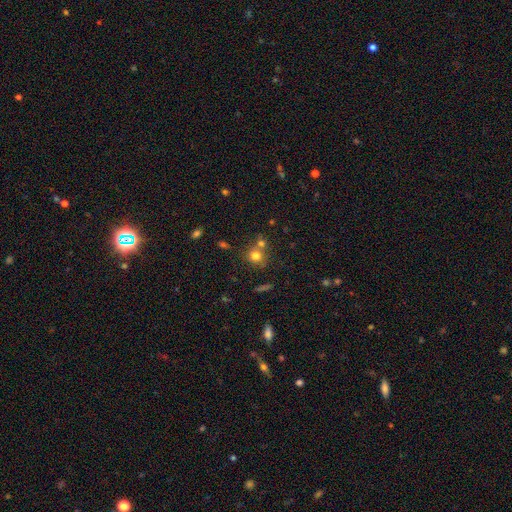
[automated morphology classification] Smooth or featured?
  - smooth: 74% *
  - star or artifact: 15%
  - featured or disk: 10%
How rounded?
  - round: 84% *
  - in between: 15%
  - cigar-shaped: 1%
Merging?
  - none: 57% *
  - merger: 28%
  - minor disturbance: 10%
  - major disturbance: 4%